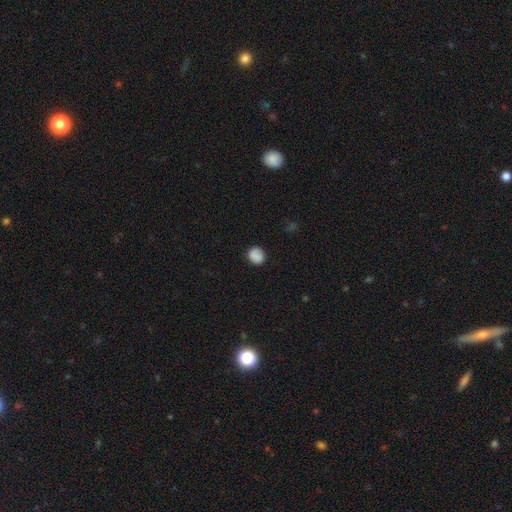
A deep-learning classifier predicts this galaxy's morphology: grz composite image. It shows a smooth galaxy with no disk features (83%) that is round (79%). Merging: none (80%).